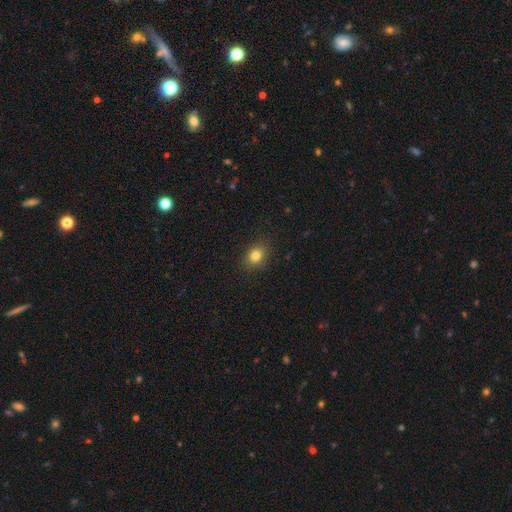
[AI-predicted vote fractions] Overall: smooth (81%). How rounded: in between (54%; round 45%). Merging: none (87%).